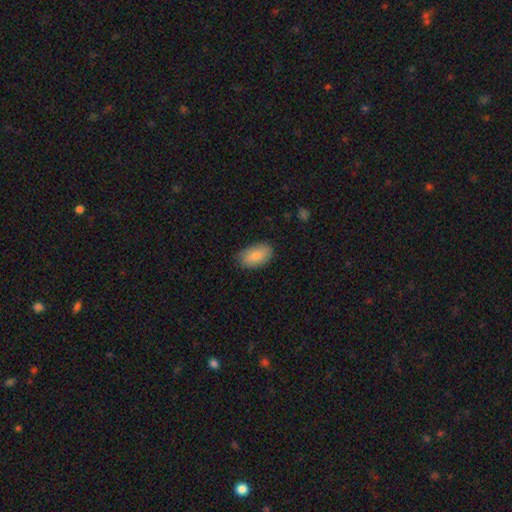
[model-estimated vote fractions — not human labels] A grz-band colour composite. It shows a smooth galaxy with no disk features (85%) that is in between round and cigar-shaped (93%). Merging: none (81%).